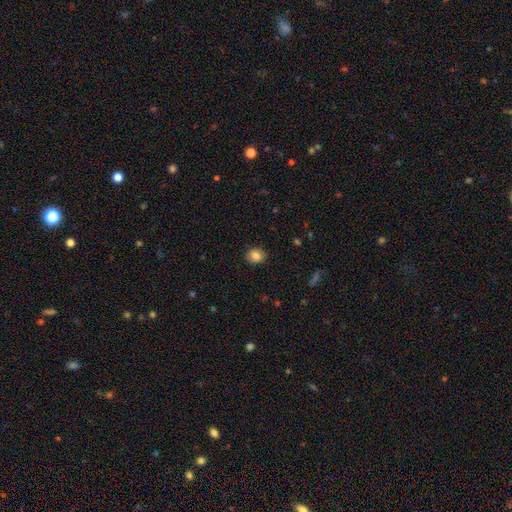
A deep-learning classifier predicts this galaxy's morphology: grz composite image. It shows a smooth galaxy with no disk features (84%) that is round (60%). Merging: none (89%).